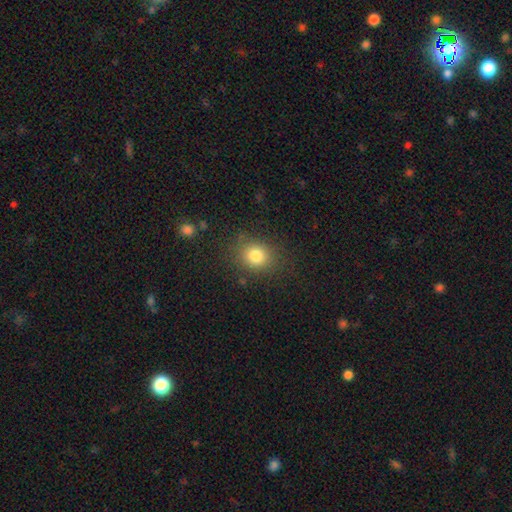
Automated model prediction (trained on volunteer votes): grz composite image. It shows a smooth galaxy with no disk features (80%) that is round (68%). Merging: none (81%).